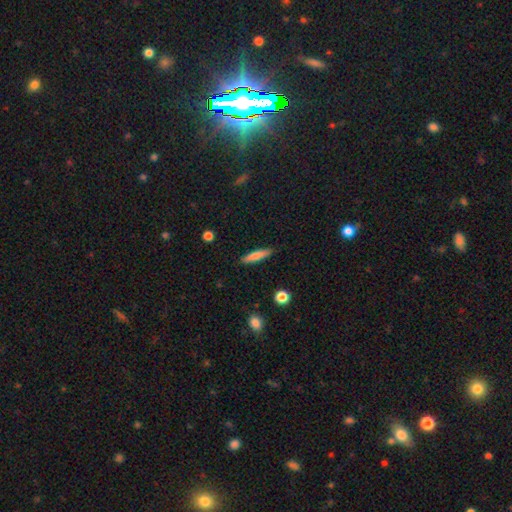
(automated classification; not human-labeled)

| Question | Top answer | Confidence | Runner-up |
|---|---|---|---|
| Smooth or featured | smooth | 77% | featured or disk (17%) |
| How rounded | cigar-shaped | 84% | in between (14%) |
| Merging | none | 89% | minor disturbance (8%) |